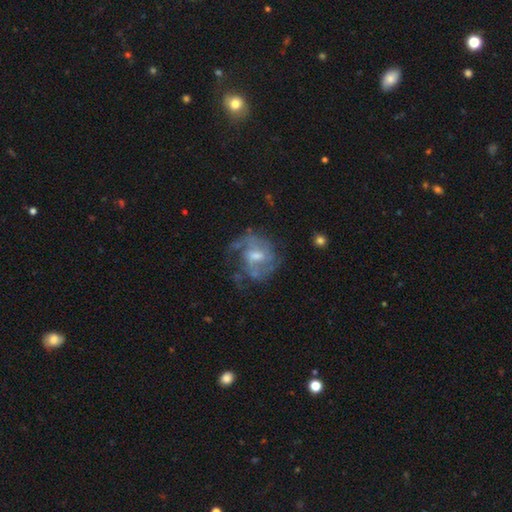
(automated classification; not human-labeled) Morphology: type=featured or disk (79%); edge-on=no (97%); bar=weak (50%); spiral arms=yes (87%); winding=medium (46%); arm count=2 (41%); bulge=moderate (57%); merging=none (56%).